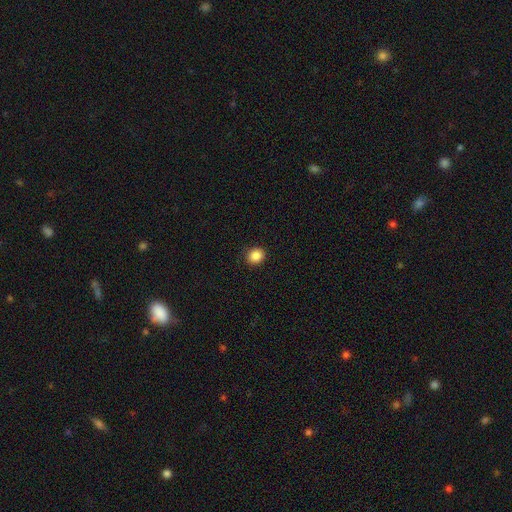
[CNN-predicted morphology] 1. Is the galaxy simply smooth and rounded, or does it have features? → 87% smooth, 10% star or artifact, 3% featured or disk.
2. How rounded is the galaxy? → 80% round, 19% in between, 1% cigar-shaped.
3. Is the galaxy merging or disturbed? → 89% none, 8% minor disturbance, 2% major disturbance, 1% merger.